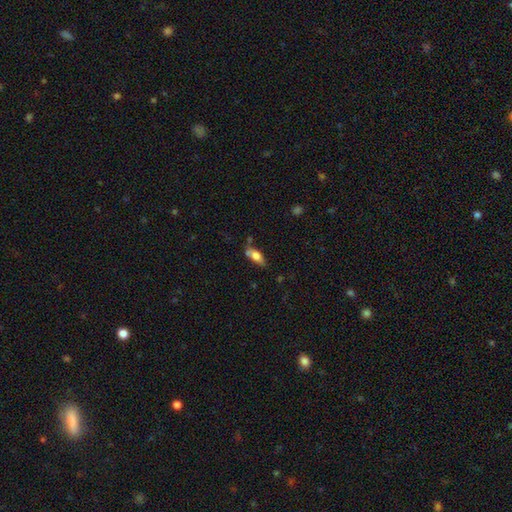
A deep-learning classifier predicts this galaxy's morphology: type=smooth (64%); roundness=in between (77%); merging=none (56%).